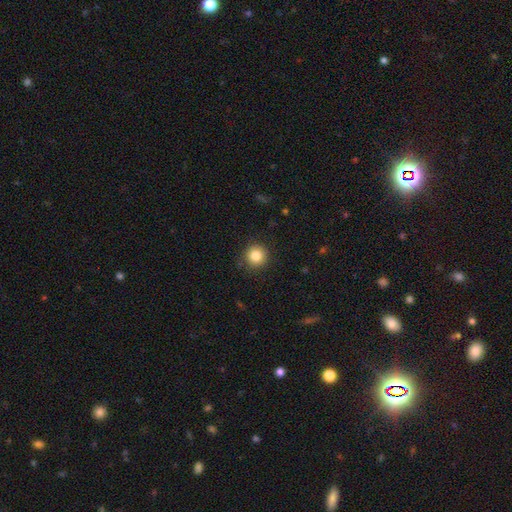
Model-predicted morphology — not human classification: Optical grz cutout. It shows a smooth galaxy with no disk features (84%) that is round (94%). Merging: none (89%).